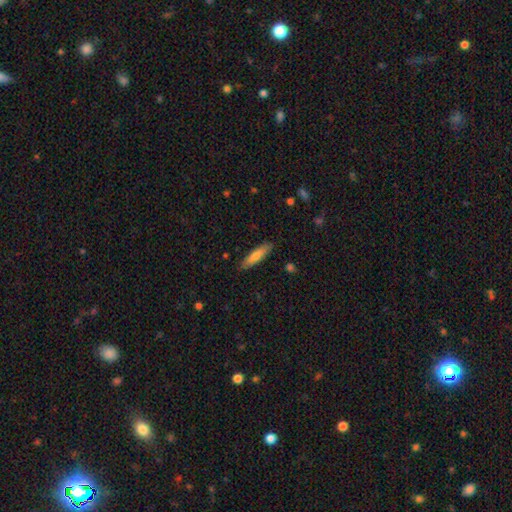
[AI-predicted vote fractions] Smooth or featured? smooth (73%)
How rounded? cigar-shaped (77%)
Merging? none (88%)